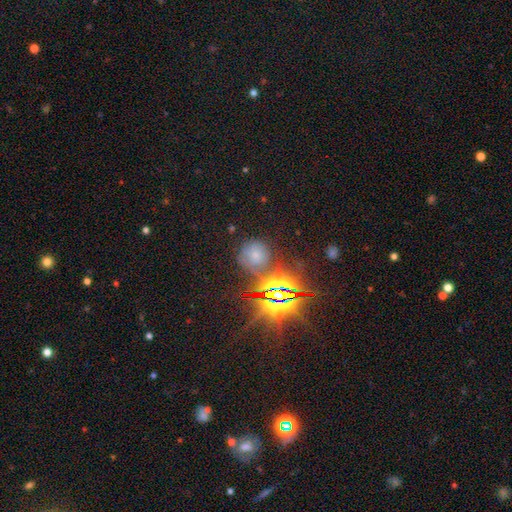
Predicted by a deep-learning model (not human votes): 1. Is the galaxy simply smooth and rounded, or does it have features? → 53% smooth, 33% star or artifact, 14% featured or disk.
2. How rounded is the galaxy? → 83% round, 15% in between, 1% cigar-shaped.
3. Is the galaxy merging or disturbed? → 62% none, 18% minor disturbance, 10% major disturbance, 10% merger.